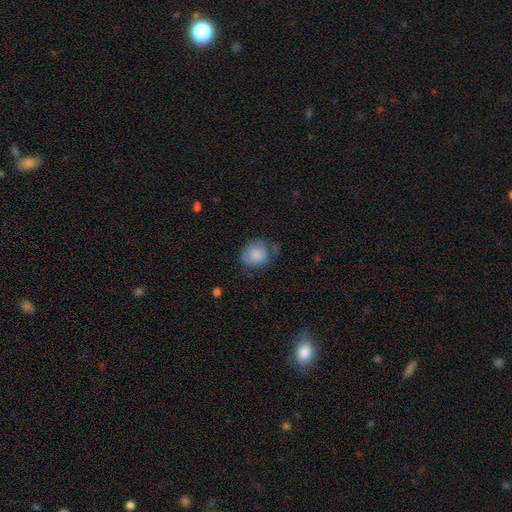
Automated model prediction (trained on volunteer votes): This is likely a smooth galaxy (79%). How rounded: likely round (79%). Merging: possibly none (57%).